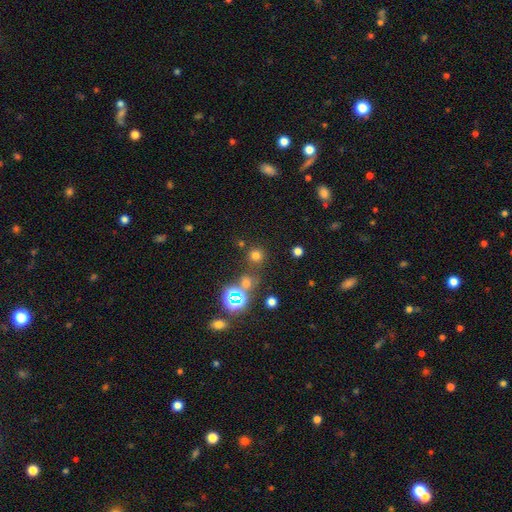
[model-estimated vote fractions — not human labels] Smooth or featured: smooth — 65% (star or artifact — 29%)
How rounded: round — 93% (in between — 6%)
Merging: none — 76% (merger — 11%)